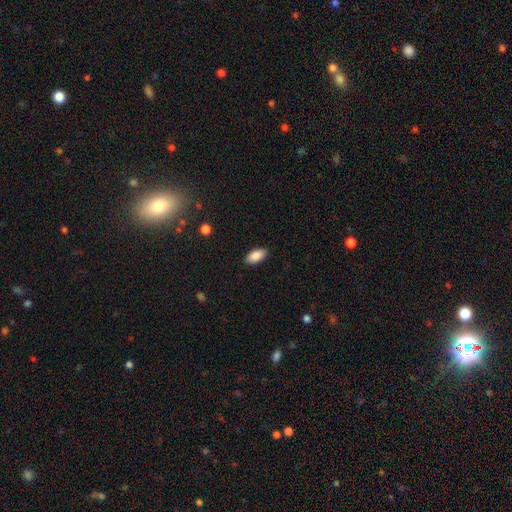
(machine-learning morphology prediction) smooth 88%, star or artifact 7%, featured or disk 5%. Down the decision tree: how rounded — in between (92%); merging — none (89%).